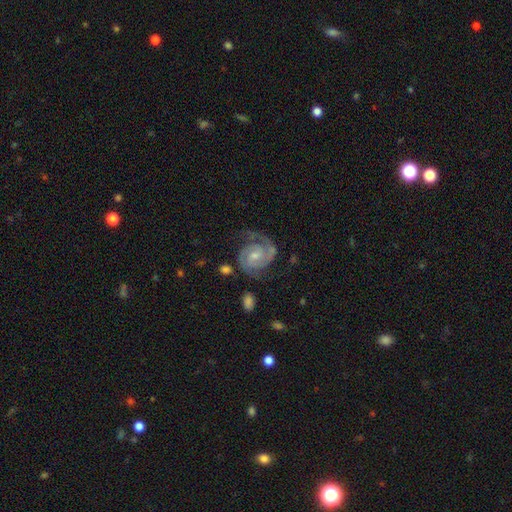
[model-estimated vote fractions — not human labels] A featured or disk galaxy (89%) with no bar (51%), 2 (79%) tight (54%) spiral arms (98%) and a small central bulge (50%).

Vote fractions:
- Smooth or featured? featured or disk: 89% / smooth: 6% / star or artifact: 5%
- Edge-on disk? no: 98% / yes: 2%
- Bar? no: 51% / weak: 40% / strong: 9%
- Spiral arms? yes: 98% / no: 2%
- Spiral winding? tight: 54% / medium: 38% / loose: 8%
- Spiral arm count? 2: 79% / 1: 9% / can't tell: 5% / 3: 4% / 4: 1% / more than 4: 1%
- Bulge size? small: 50% / moderate: 42% / none: 5% / large: 2% / dominant: 1%
- Merging? none: 66% / minor disturbance: 19% / major disturbance: 12% / merger: 3%